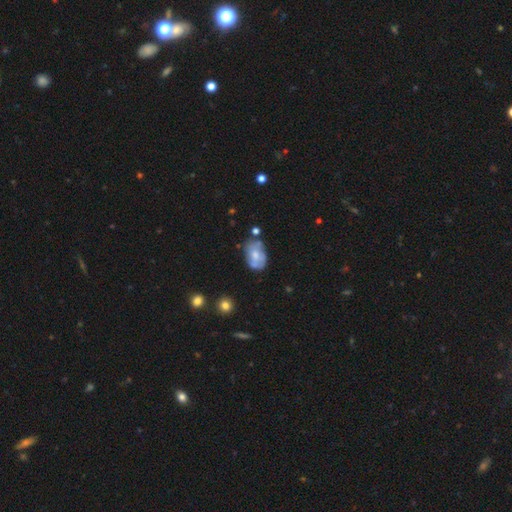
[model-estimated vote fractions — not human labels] A smooth galaxy with no disk features (51%) that is in between round and cigar-shaped (84%).

Vote fractions:
- Smooth or featured? smooth: 51% / featured or disk: 42% / star or artifact: 7%
- How rounded? in between: 84% / round: 15% / cigar-shaped: 1%
- Merging? none: 49% / minor disturbance: 29% / merger: 11% / major disturbance: 11%